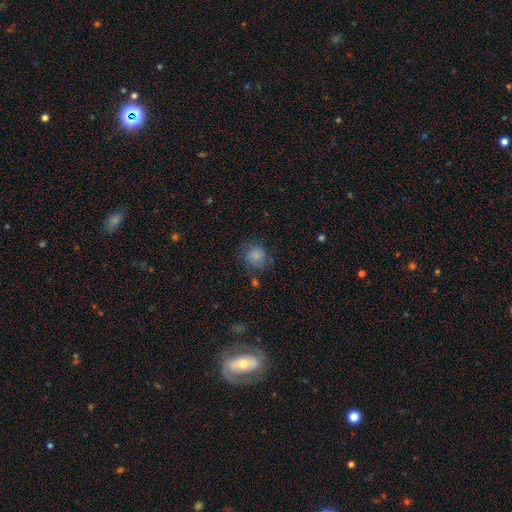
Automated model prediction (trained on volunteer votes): A smooth galaxy with no disk features (82%) that is round (81%). Merging: none (66%).